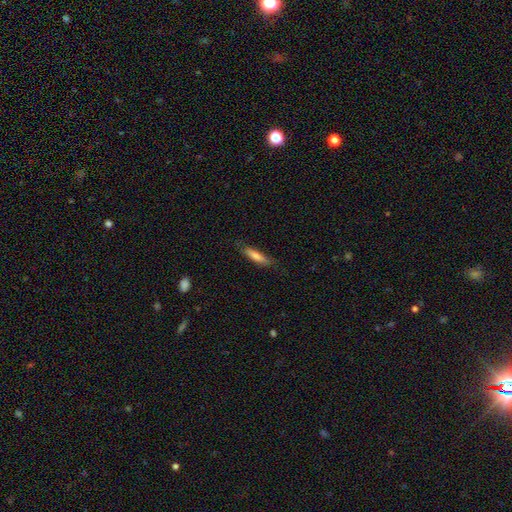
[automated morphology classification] Smooth or featured? Predicted: smooth (p=0.68). How rounded? Predicted: cigar-shaped (p=0.81). Merging? Predicted: none (p=0.79).